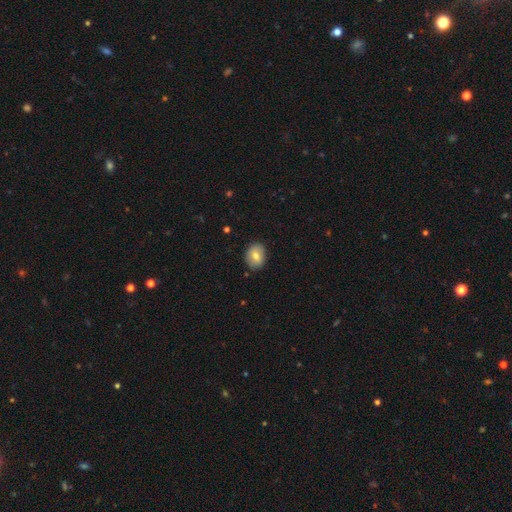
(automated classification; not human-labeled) Q: Smooth or featured?
A: smooth (77%); runner-up: featured or disk (15%)
Q: How rounded?
A: in between (54%); runner-up: round (45%)
Q: Merging?
A: none (87%); runner-up: minor disturbance (9%)